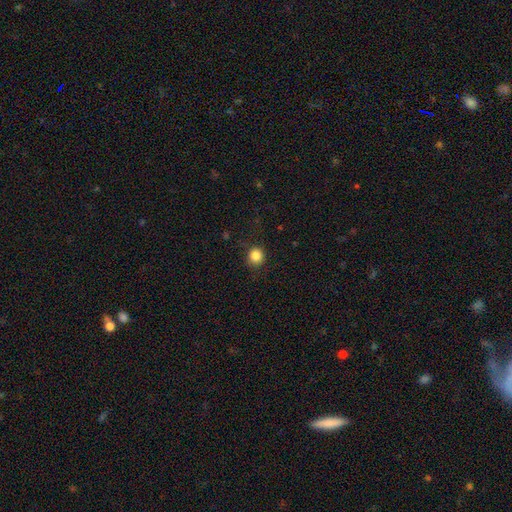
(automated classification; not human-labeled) A smooth galaxy with no disk features (85%) that is round (91%).

Vote fractions:
- Smooth or featured? smooth: 85% / star or artifact: 11% / featured or disk: 4%
- How rounded? round: 91% / in between: 8% / cigar-shaped: 1%
- Merging? none: 88% / minor disturbance: 9% / major disturbance: 3% / merger: 1%